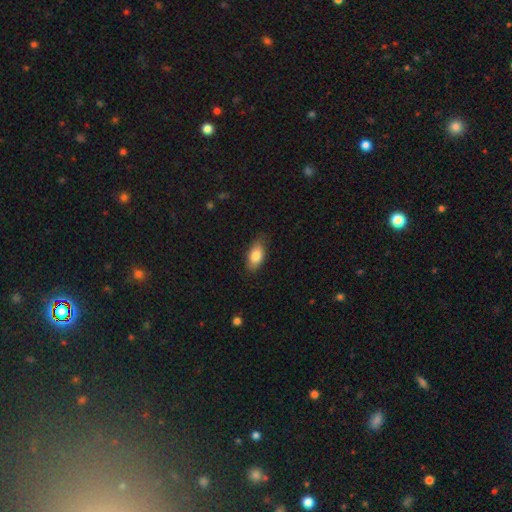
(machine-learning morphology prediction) type=smooth (81%); roundness=in between (89%); merging=none (80%).